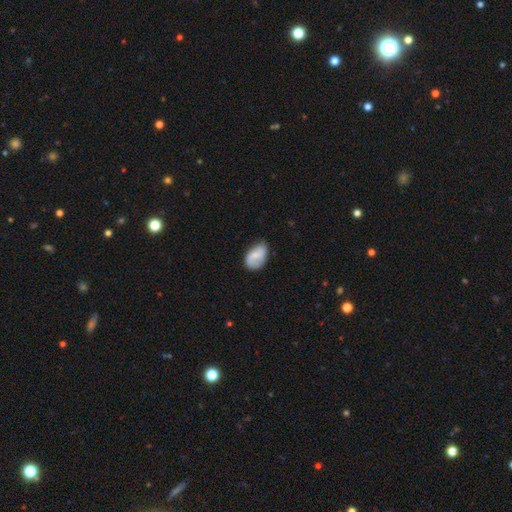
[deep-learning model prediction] Smooth or featured? Predicted: smooth (p=0.60). How rounded? Predicted: in between (p=0.88). Merging? Predicted: none (p=0.57).